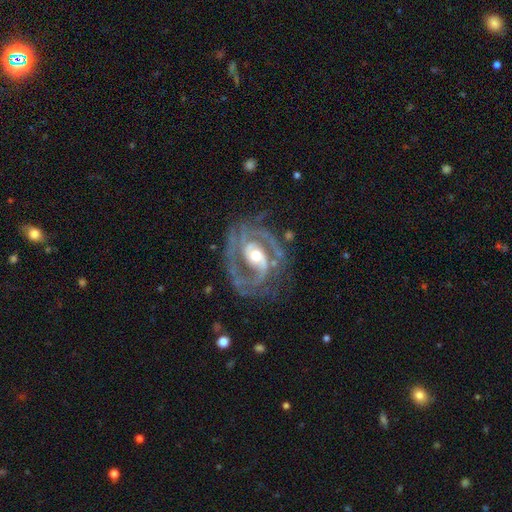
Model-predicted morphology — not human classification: A featured or disk galaxy (92%) with no bar (40%), 2 (70%) medium (48%) spiral arms (97%) and a moderate central bulge (69%).

Vote fractions:
- Smooth or featured? featured or disk: 92% / star or artifact: 4% / smooth: 4%
- Edge-on disk? no: 97% / yes: 3%
- Bar? no: 40% / weak: 36% / strong: 23%
- Spiral arms? yes: 97% / no: 3%
- Spiral winding? medium: 48% / tight: 41% / loose: 11%
- Spiral arm count? 2: 70% / 3: 13% / can't tell: 7% / 1: 4% / 4: 3% / more than 4: 3%
- Bulge size? moderate: 69% / small: 18% / large: 11% / dominant: 1% / none: 1%
- Merging? none: 68% / minor disturbance: 18% / major disturbance: 12% / merger: 2%